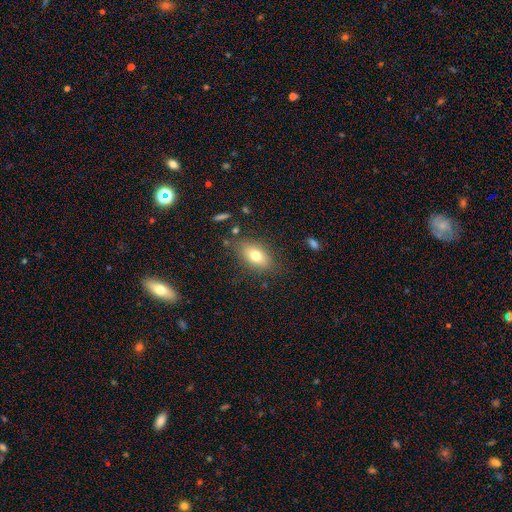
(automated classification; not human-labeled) Smooth or featured? Predicted: smooth (p=0.75). How rounded? Predicted: in between (p=0.84). Merging? Predicted: none (p=0.79).